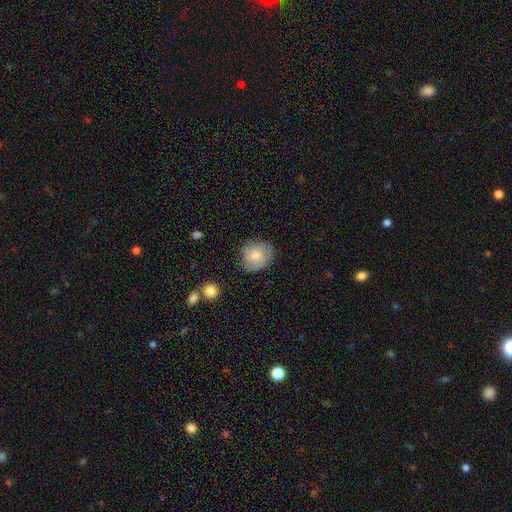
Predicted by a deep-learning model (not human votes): A featured or disk galaxy (59%) with no bar (68%), 2 (38%) tight (49%) spiral arms (92%) and a moderate central bulge (47%).

Vote fractions:
- Smooth or featured? featured or disk: 59% / smooth: 34% / star or artifact: 7%
- Edge-on disk? no: 98% / yes: 2%
- Bar? no: 68% / weak: 29% / strong: 3%
- Spiral arms? yes: 92% / no: 8%
- Spiral winding? tight: 49% / medium: 40% / loose: 11%
- Spiral arm count? 2: 38% / 3: 27% / can't tell: 23% / 4: 5% / 1: 5% / more than 4: 3%
- Bulge size? moderate: 47% / small: 45% / none: 4% / large: 3% / dominant: 1%
- Merging? none: 78% / minor disturbance: 16% / major disturbance: 4% / merger: 1%